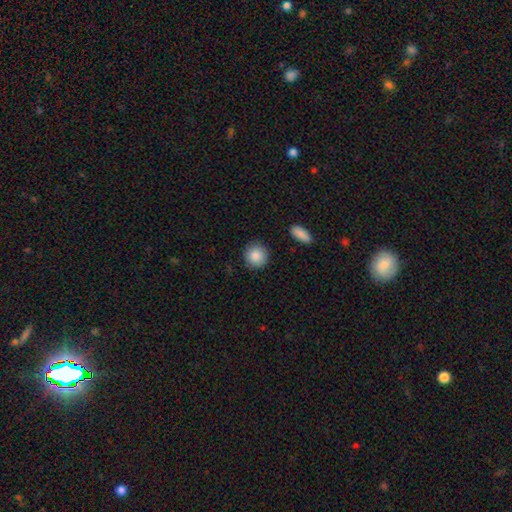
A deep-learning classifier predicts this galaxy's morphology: This appears to be a smooth galaxy with no disk features (87%) that is round (91%). Merging: none (89%).